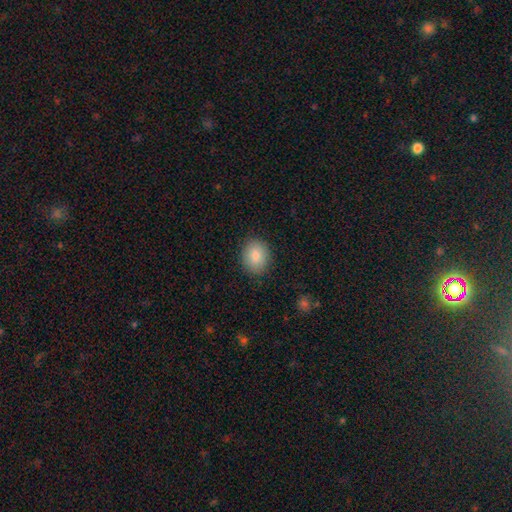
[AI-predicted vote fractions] A smooth galaxy with no disk features (86%) that is in between round and cigar-shaped (51%). Merging: none (87%).